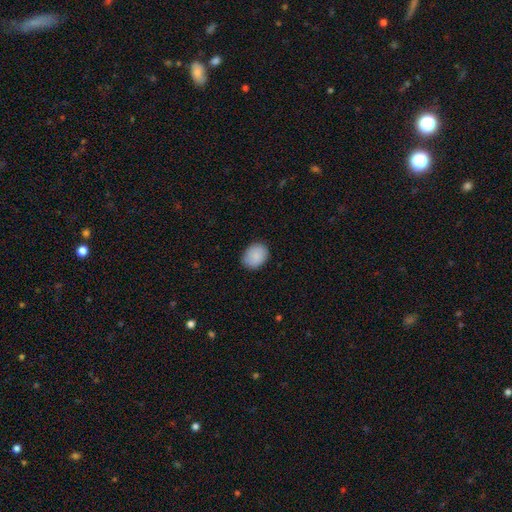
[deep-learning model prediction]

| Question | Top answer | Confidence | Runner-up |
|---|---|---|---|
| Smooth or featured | smooth | 88% | star or artifact (7%) |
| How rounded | in between | 57% | round (42%) |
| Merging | none | 80% | minor disturbance (16%) |